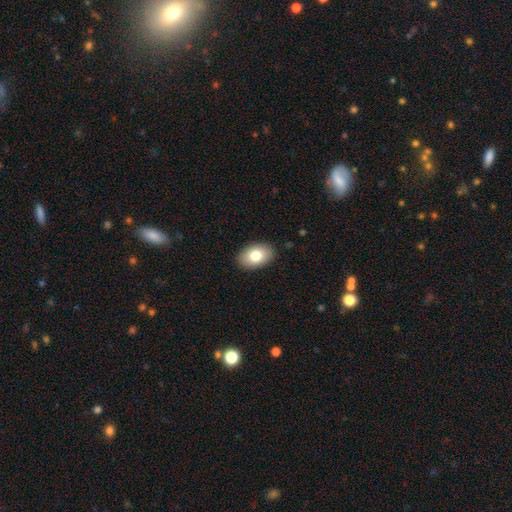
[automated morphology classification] Q: Smooth or featured?
A: smooth (80%); runner-up: featured or disk (13%)
Q: How rounded?
A: in between (88%); runner-up: round (11%)
Q: Merging?
A: none (89%); runner-up: minor disturbance (8%)